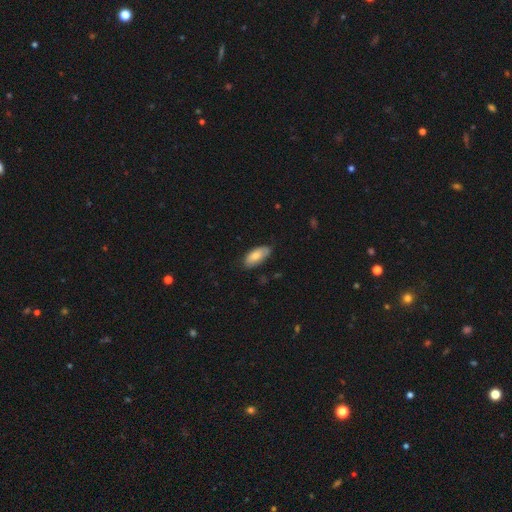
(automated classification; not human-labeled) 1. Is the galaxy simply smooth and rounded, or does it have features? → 77% smooth, 17% featured or disk, 6% star or artifact.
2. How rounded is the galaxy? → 90% in between, 8% cigar-shaped, 2% round.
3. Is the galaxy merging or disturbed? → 74% none, 21% minor disturbance, 3% major disturbance, 1% merger.